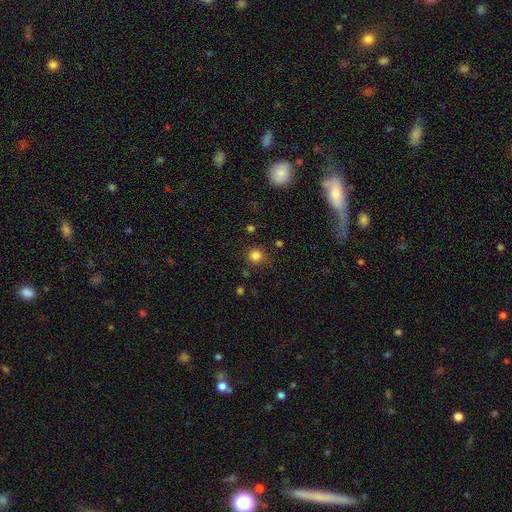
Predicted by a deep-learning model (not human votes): The model was most divided on "smooth or featured": smooth: 83%, star or artifact: 13%, featured or disk: 4%. More confident: how rounded — round (92%); merging — none (84%).